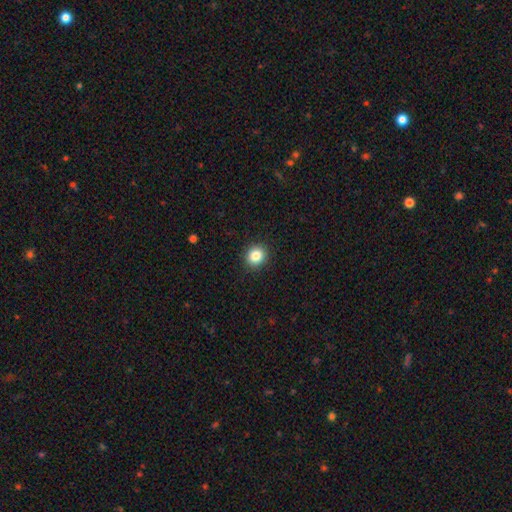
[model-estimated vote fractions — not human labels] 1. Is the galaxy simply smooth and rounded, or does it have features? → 86% smooth, 10% star or artifact, 5% featured or disk.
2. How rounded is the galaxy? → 79% round, 20% in between, 1% cigar-shaped.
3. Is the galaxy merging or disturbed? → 92% none, 6% minor disturbance, 2% major disturbance, 1% merger.